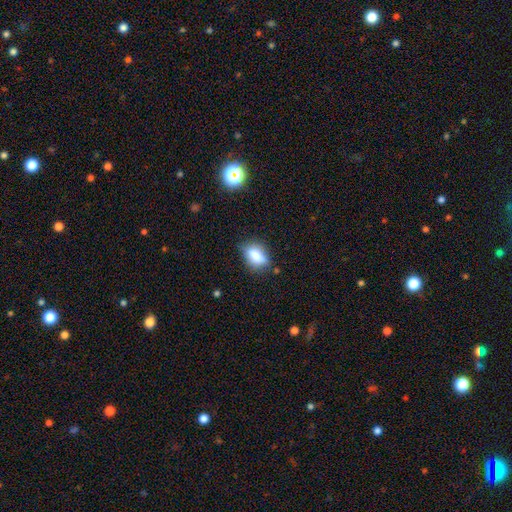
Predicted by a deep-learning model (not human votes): smooth_or_featured: smooth (p=0.78) [alt: featured or disk p=0.13]
how_rounded: in between (p=0.80) [alt: round p=0.14]
merging: none (p=0.69) [alt: minor disturbance p=0.22]